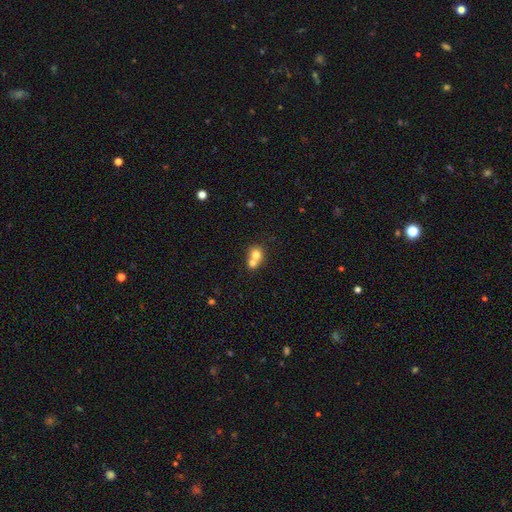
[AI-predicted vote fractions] A smooth galaxy with no disk features (73%) that is round (76%). Merging: merger (67%).